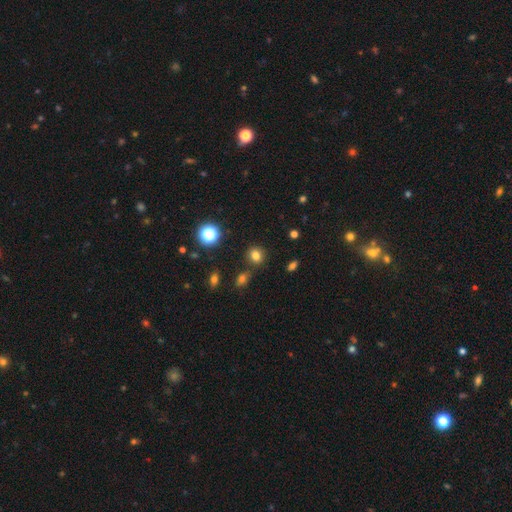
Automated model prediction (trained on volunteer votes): A smooth galaxy with no disk features (77%) that is round (73%). Merging: none (82%).